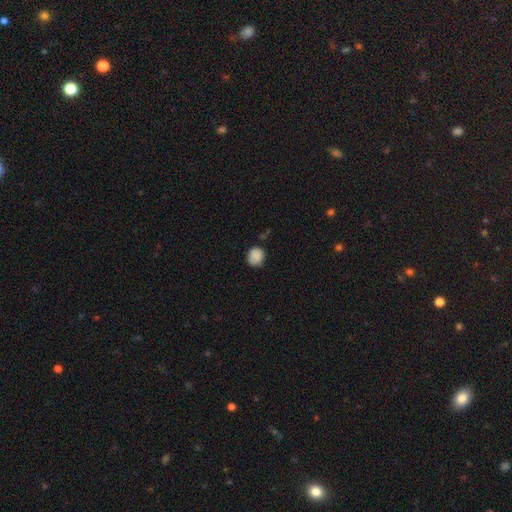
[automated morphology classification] type=smooth (88%); roundness=round (81%); merging=none (78%).